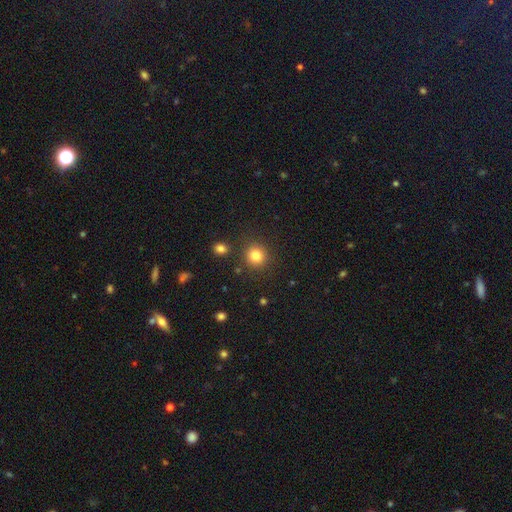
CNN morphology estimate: Smooth or featured? smooth (82%)
How rounded? round (92%)
Merging? none (87%)